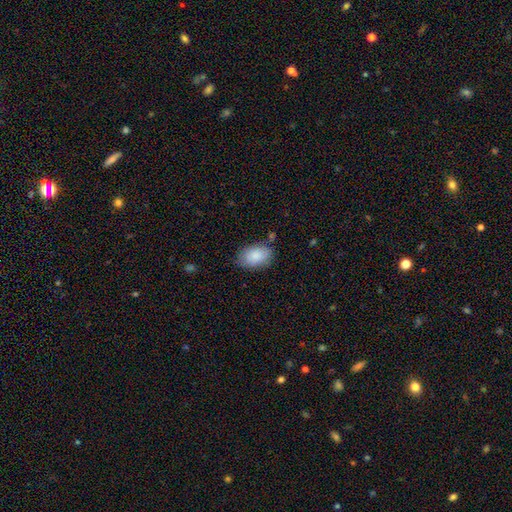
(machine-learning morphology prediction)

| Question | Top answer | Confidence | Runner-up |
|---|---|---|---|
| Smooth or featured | smooth | 87% | featured or disk (7%) |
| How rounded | in between | 91% | round (8%) |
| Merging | none | 74% | minor disturbance (18%) |